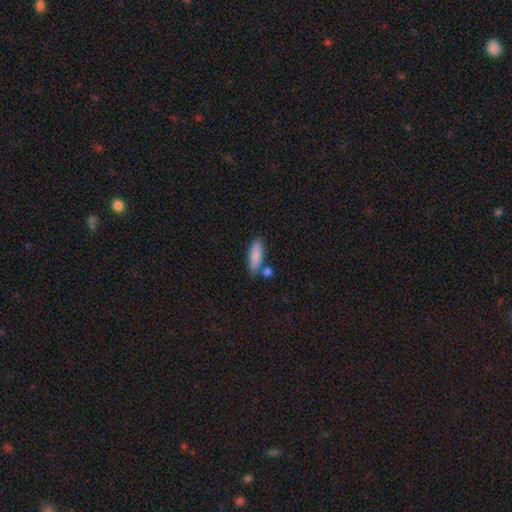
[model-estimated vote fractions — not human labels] smooth_or_featured: smooth (p=0.85) [alt: featured or disk p=0.09]
how_rounded: in between (p=0.54) [alt: cigar-shaped p=0.44]
merging: none (p=0.72) [alt: minor disturbance p=0.13]